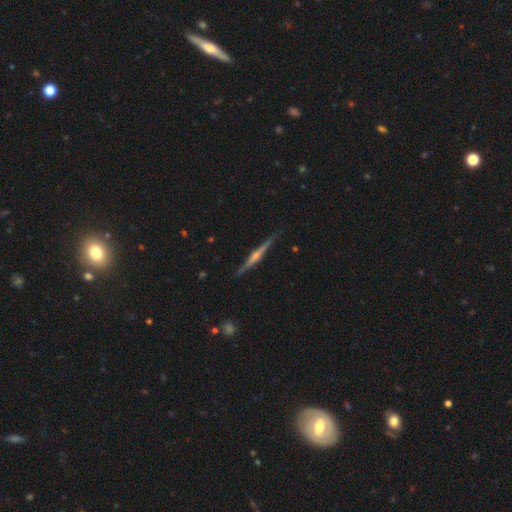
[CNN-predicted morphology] A featured or disk galaxy (82%) viewed edge-on (98%) with a rounded central bulge (82%). Merging: none (89%).